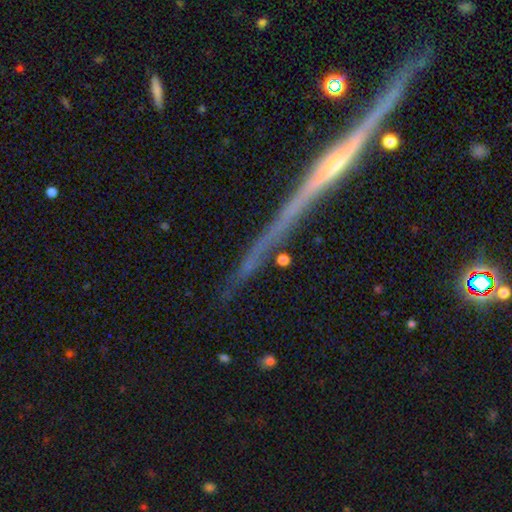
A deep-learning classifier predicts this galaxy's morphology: This is likely a featured or disk galaxy (71%). It is clearly viewed edge-on (94%). Edge-on bulge: possibly none (49%). Merging: likely none (76%).